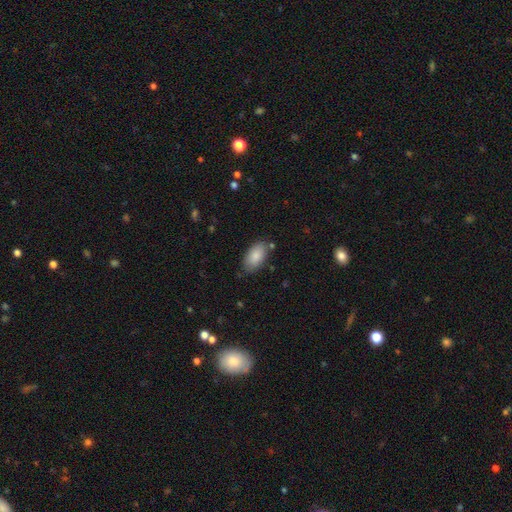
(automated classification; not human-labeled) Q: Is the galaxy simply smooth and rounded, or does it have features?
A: smooth — 85%.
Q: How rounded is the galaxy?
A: in between — 94%.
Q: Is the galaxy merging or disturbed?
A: none — 78%.